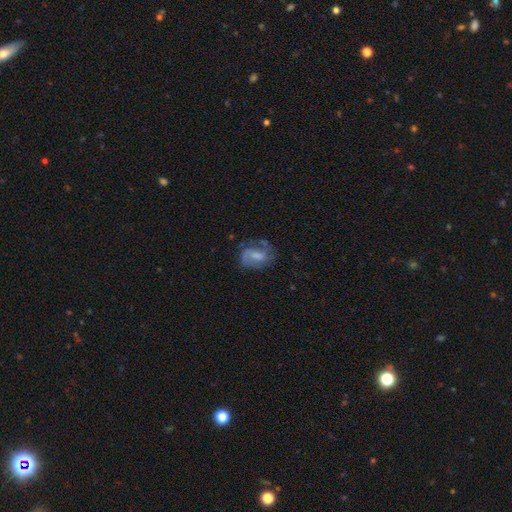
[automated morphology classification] smooth_or_featured: featured or disk (p=0.63) [alt: smooth p=0.28]
disk_edge_on: no (p=0.97) [alt: yes p=0.03]
bar: weak (p=0.48) [alt: no p=0.36]
has_spiral_arms: yes (p=0.84) [alt: no p=0.16]
spiral_winding: medium (p=0.46) [alt: loose p=0.27]
spiral_arm_count: 2 (p=0.65) [alt: 1 p=0.16]
bulge_size: moderate (p=0.34) [alt: small p=0.27]
merging: none (p=0.53) [alt: minor disturbance p=0.25]